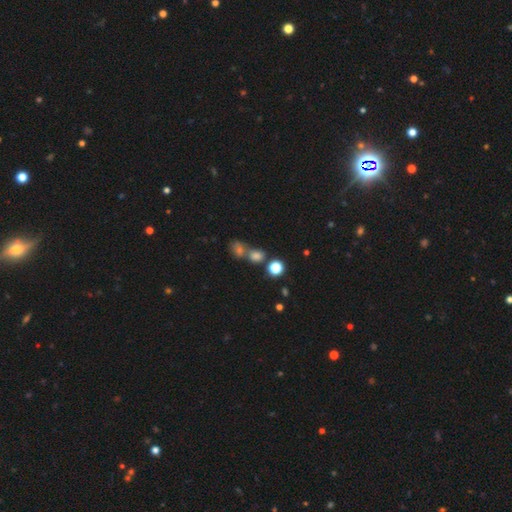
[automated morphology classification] Smooth or featured? Predicted: smooth (p=0.70). How rounded? Predicted: round (p=0.65). Merging? Predicted: none (p=0.44, tied with merger).